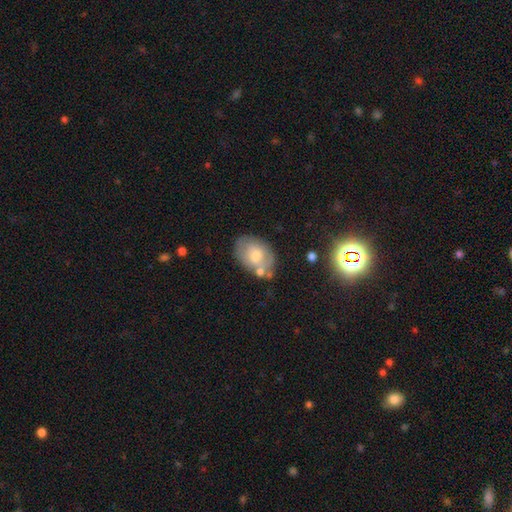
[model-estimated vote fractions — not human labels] smooth 60%, featured or disk 33%, star or artifact 8%. Down the decision tree: how rounded — in between (78%); merging — none (61%).